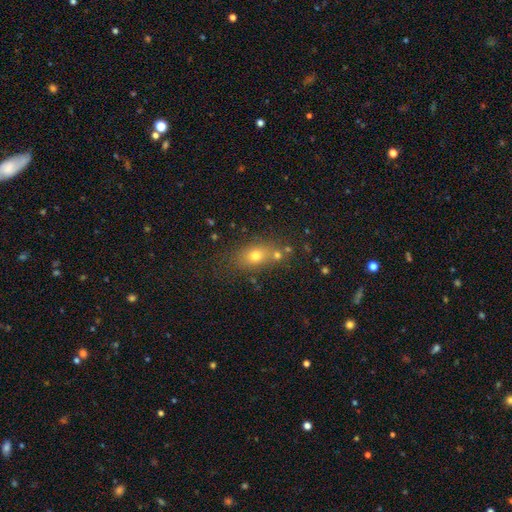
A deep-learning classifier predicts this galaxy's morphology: Overall: smooth (69%). How rounded: in between (65%; round 30%). Merging: none (66%).